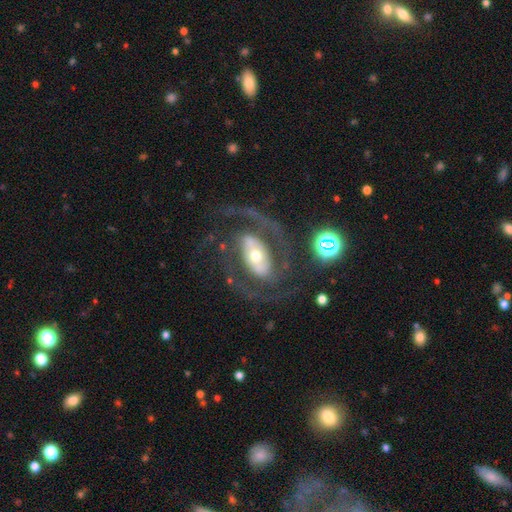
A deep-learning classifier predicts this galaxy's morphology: The model was most divided on "bar": strong: 36%, no: 35%, weak: 29%. More confident: edge-on disk — no (95%); spiral arms — yes (87%); smooth or featured — featured or disk (83%); spiral arm count — 2 (81%); merging — none (65%); bulge size — moderate (54%); spiral winding — medium (50%).